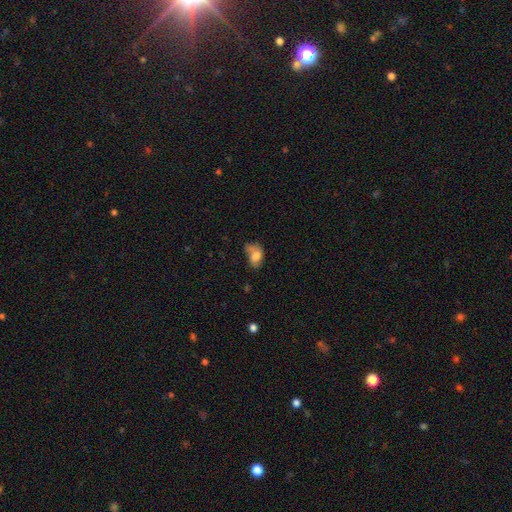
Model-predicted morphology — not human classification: A smooth galaxy with no disk features (65%) that is in between round and cigar-shaped (82%).

Vote fractions:
- Smooth or featured? smooth: 65% / featured or disk: 25% / star or artifact: 10%
- How rounded? in between: 82% / round: 16% / cigar-shaped: 2%
- Merging? minor disturbance: 33% / none: 32% / major disturbance: 23% / merger: 12%